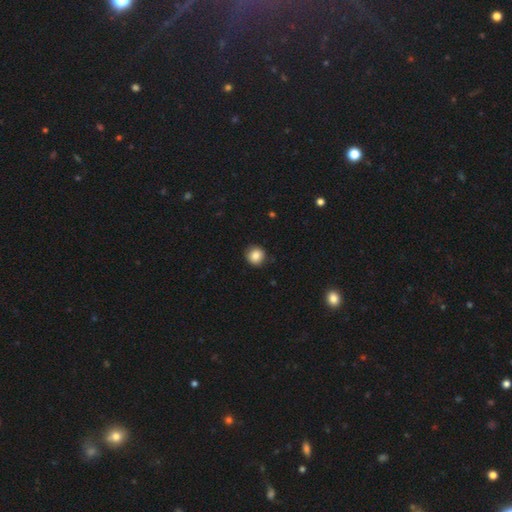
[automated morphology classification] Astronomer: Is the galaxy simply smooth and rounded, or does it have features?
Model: smooth — 85%.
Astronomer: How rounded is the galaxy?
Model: round — 91%.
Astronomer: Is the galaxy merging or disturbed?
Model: none — 86%.